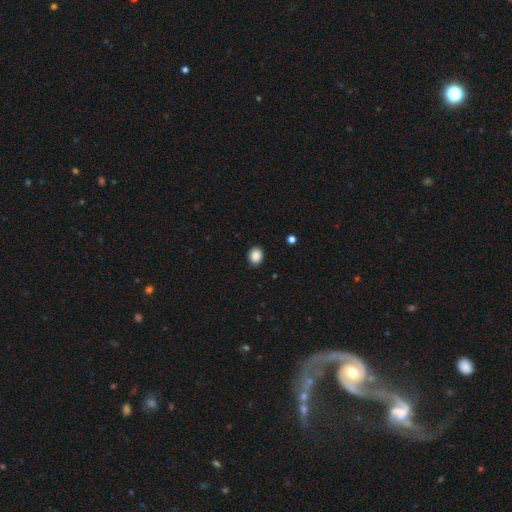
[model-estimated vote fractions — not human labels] Smooth or featured? smooth (88%)
How rounded? round (55%)
Merging? none (90%)